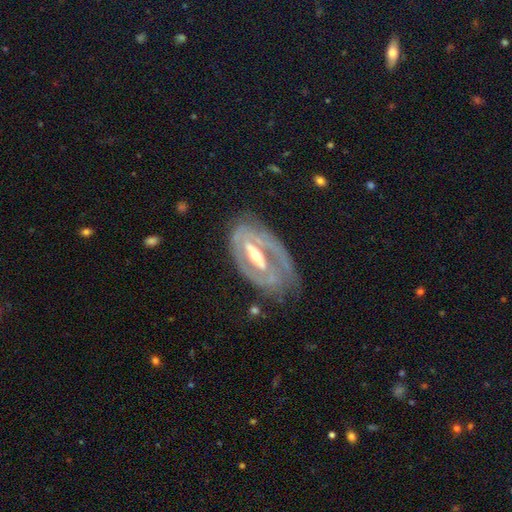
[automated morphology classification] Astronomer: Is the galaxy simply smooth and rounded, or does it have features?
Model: featured or disk — 84%.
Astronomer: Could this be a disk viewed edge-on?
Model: no — 91%.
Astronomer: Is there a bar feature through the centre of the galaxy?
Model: strong — 53% (runner-up: weak, 30%).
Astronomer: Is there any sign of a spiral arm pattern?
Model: yes — 76%.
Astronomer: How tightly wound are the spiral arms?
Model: tight — 57%.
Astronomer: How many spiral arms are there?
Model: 2 — 52%.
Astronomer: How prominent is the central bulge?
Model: moderate — 64%.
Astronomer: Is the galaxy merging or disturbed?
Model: none — 57%.